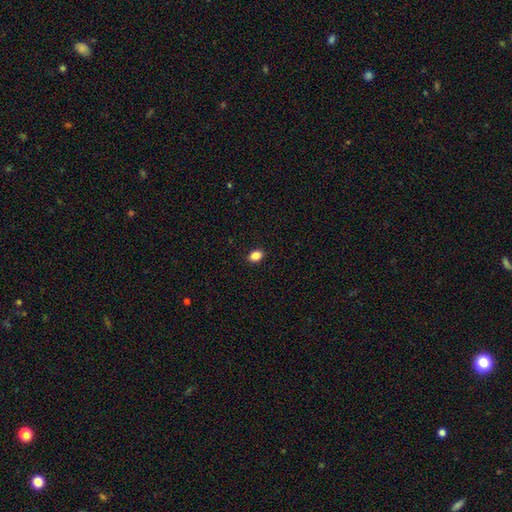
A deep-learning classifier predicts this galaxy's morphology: type=smooth (87%); roundness=in between (77%); merging=none (90%).